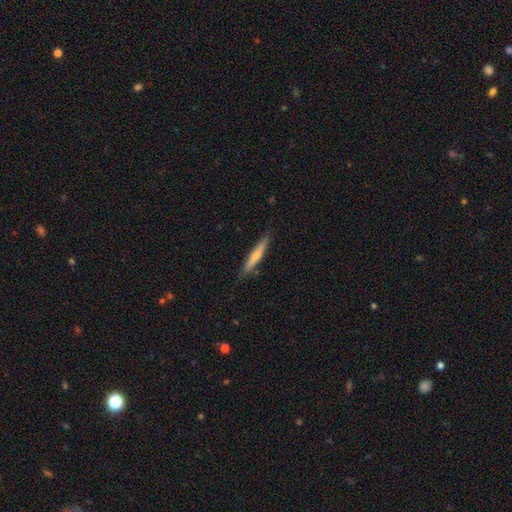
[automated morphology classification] A smooth galaxy with no disk features (59%) that is cigar-shaped (94%).

Vote fractions:
- Smooth or featured? smooth: 59% / featured or disk: 36% / star or artifact: 6%
- How rounded? cigar-shaped: 94% / in between: 5% / round: 1%
- Merging? none: 85% / minor disturbance: 11% / major disturbance: 2% / merger: 2%